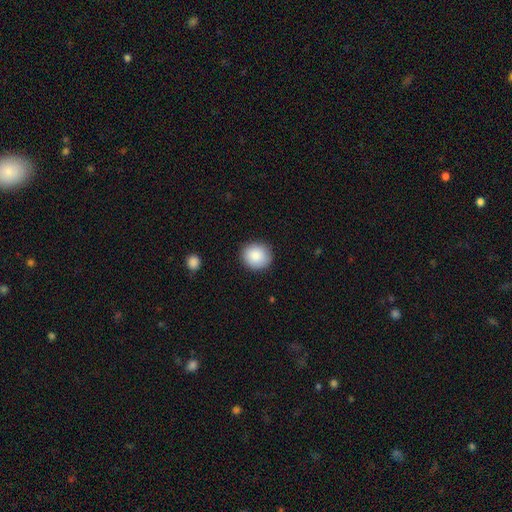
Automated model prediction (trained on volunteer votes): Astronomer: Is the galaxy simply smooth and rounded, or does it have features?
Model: smooth — 88%.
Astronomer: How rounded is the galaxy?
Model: round — 81%.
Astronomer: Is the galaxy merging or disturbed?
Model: none — 89%.